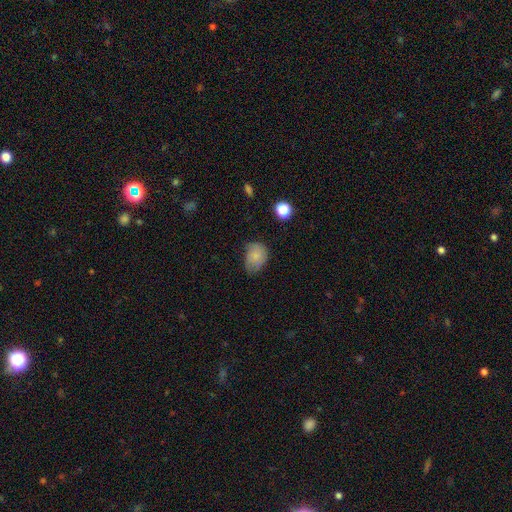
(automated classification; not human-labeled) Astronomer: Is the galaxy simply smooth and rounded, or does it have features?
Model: smooth — 76%.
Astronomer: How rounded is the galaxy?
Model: in between — 65%.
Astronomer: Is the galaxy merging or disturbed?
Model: none — 46% (runner-up: minor disturbance, 39%).